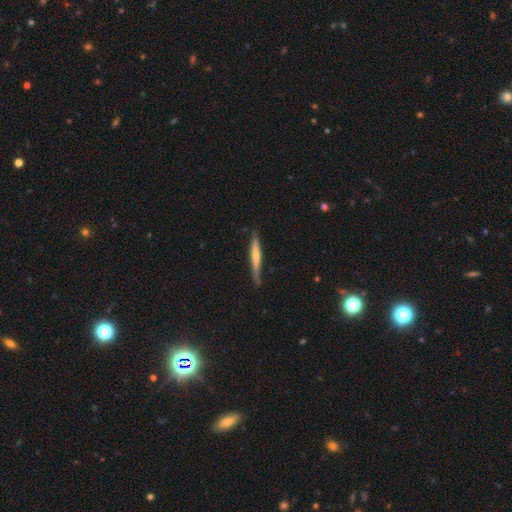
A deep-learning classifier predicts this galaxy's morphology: Q: Smooth or featured?
A: smooth (47%); tied with: featured or disk (47%)
Q: Merging?
A: none (83%); runner-up: minor disturbance (13%)